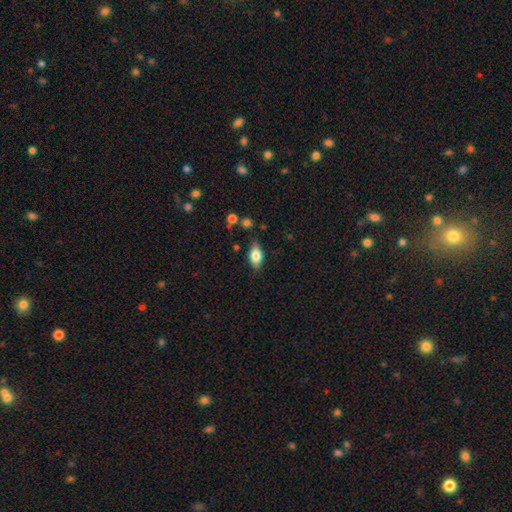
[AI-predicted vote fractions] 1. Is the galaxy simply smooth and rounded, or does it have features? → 68% smooth, 24% featured or disk, 8% star or artifact.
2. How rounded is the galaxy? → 83% in between, 11% cigar-shaped, 6% round.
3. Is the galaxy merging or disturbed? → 81% none, 14% minor disturbance, 3% major disturbance, 3% merger.